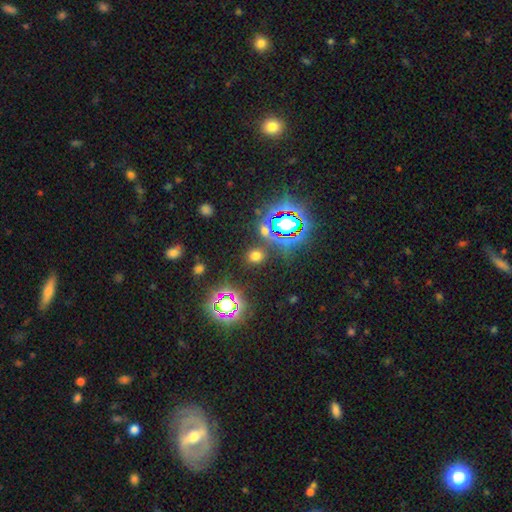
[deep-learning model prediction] This appears to be a smooth galaxy with no disk features (60%) that is round (77%). Merging: none (85%).